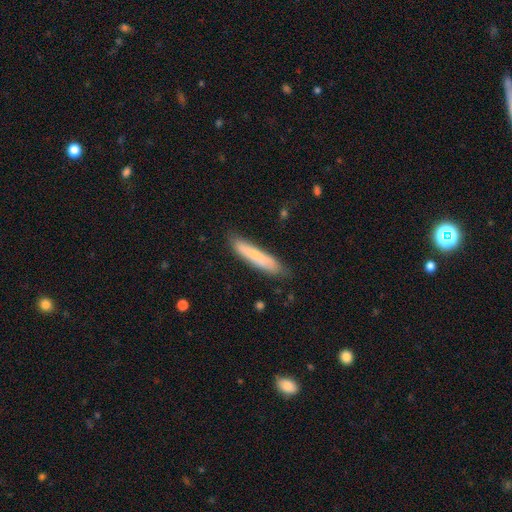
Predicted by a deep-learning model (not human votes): This is likely a smooth galaxy (70%). How rounded: clearly cigar-shaped (88%). Merging: likely none (80%).